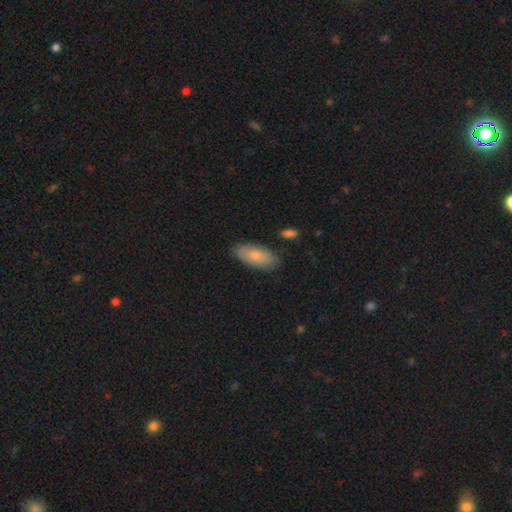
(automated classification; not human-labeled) smooth 79%, featured or disk 16%, star or artifact 6%. Down the decision tree: how rounded — in between (89%); merging — none (82%).